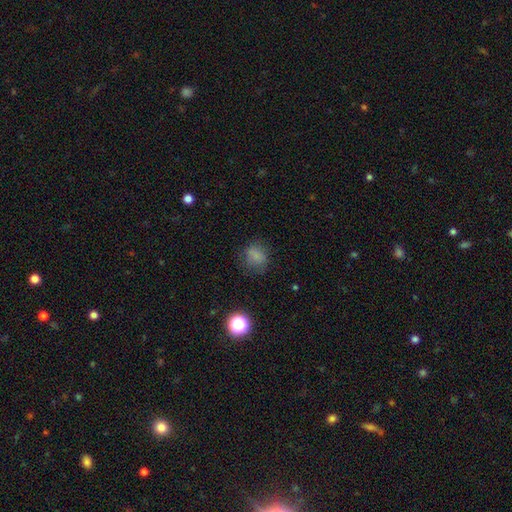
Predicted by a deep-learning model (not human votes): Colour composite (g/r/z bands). It shows a smooth galaxy with no disk features (76%) that is round (66%). Merging: none (70%).